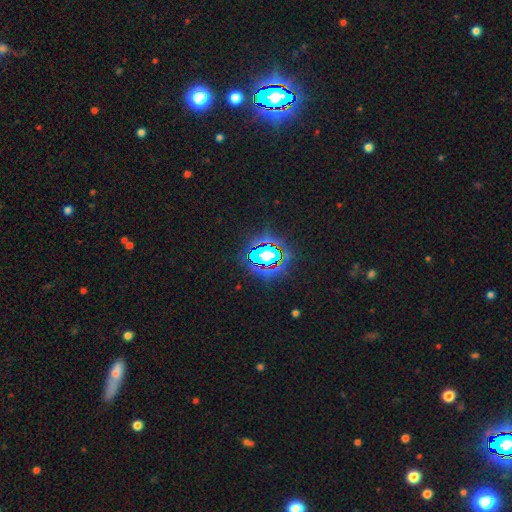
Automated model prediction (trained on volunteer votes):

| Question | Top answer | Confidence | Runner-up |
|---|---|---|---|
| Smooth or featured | star or artifact | 82% | smooth (10%) |